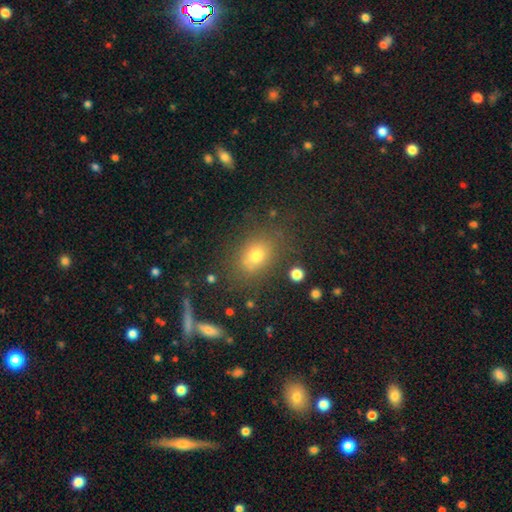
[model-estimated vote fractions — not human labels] Smooth or featured? smooth (71%)
How rounded? in between (55%)
Merging? none (75%)